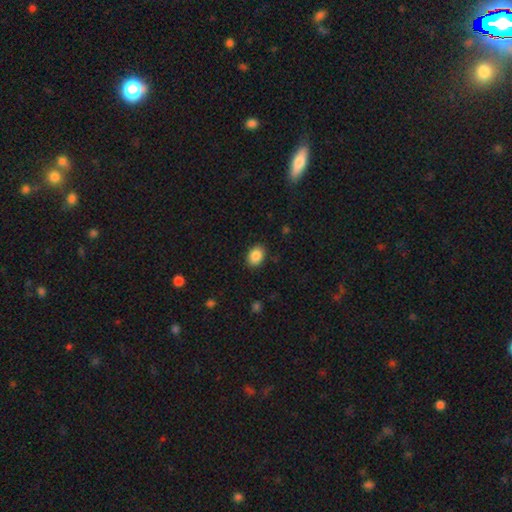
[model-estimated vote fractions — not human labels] smooth-or-featured: smooth: 87% | star or artifact: 8% | featured or disk: 5%
  how-rounded: in between: 75% | round: 24% | cigar-shaped: 1%
  merging: none: 88% | minor disturbance: 9% | major disturbance: 2% | merger: 1%